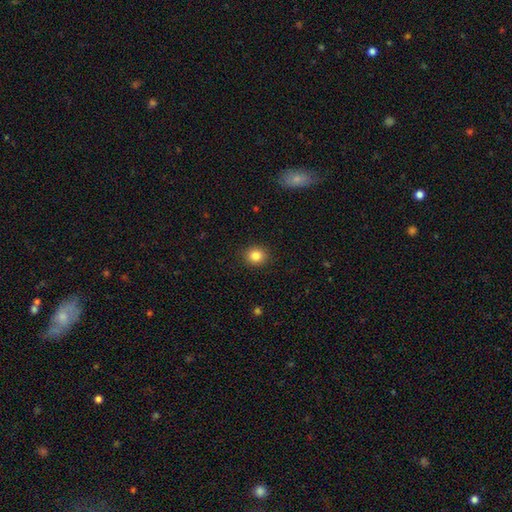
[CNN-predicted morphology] A smooth galaxy with no disk features (84%) that is round (80%). Merging: none (91%).